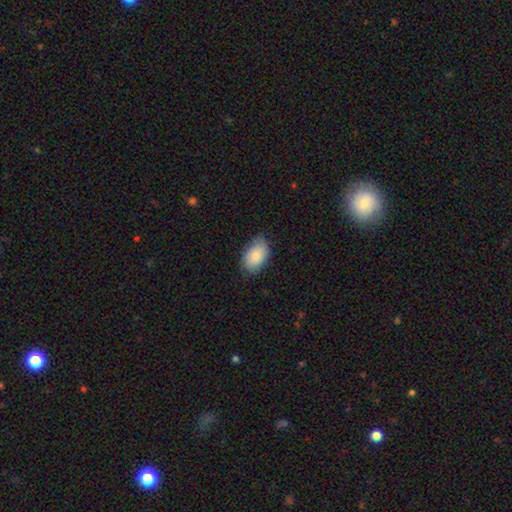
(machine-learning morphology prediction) type=smooth (84%); roundness=in between (92%); merging=none (76%).